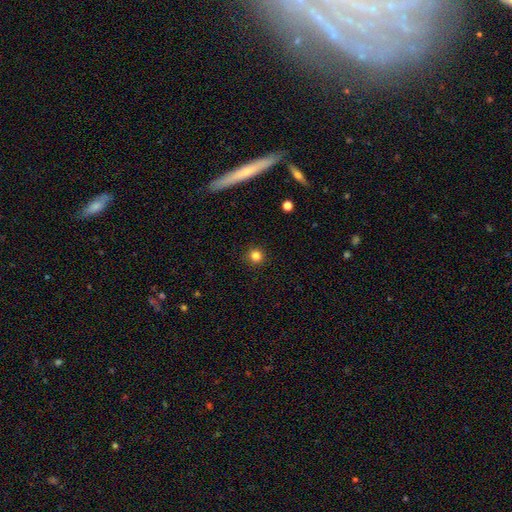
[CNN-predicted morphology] smooth_or_featured: smooth (p=0.83) [alt: star or artifact p=0.12]
how_rounded: round (p=0.94) [alt: in between p=0.05]
merging: none (p=0.91) [alt: minor disturbance p=0.06]